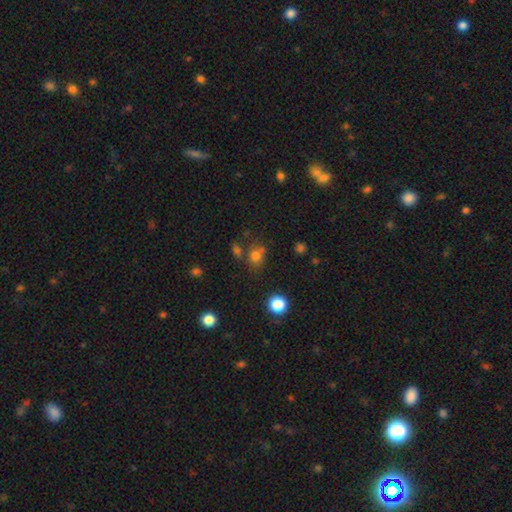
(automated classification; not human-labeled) smooth_or_featured: smooth (p=0.73) [alt: star or artifact p=0.19]
how_rounded: round (p=0.67) [alt: in between p=0.32]
merging: none (p=0.60) [alt: merger p=0.19]